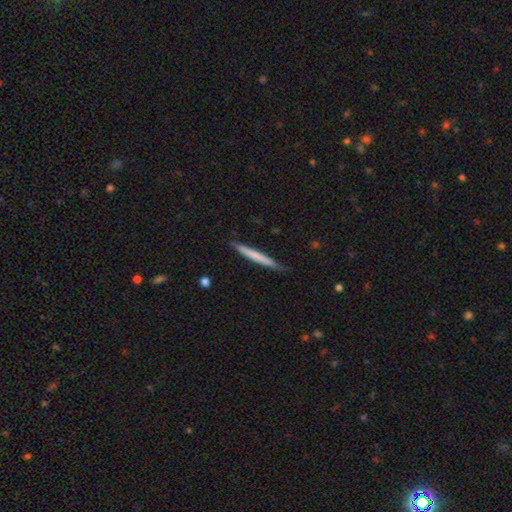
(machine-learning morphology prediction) Q: Smooth or featured?
A: smooth (61%); runner-up: featured or disk (34%)
Q: How rounded?
A: cigar-shaped (97%); runner-up: in between (2%)
Q: Merging?
A: none (86%); runner-up: minor disturbance (11%)